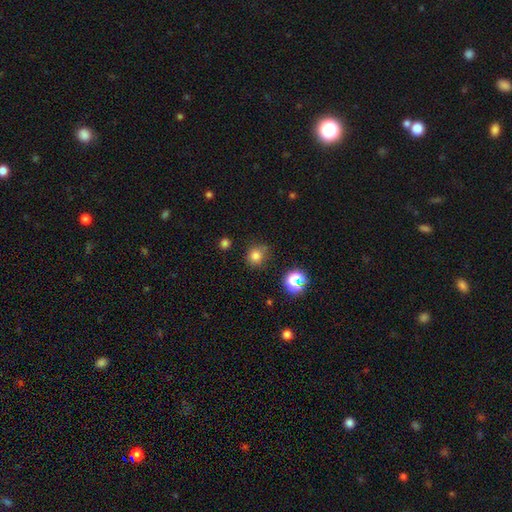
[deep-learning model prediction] A smooth galaxy with no disk features (77%) that is round (79%). Merging: none (71%).